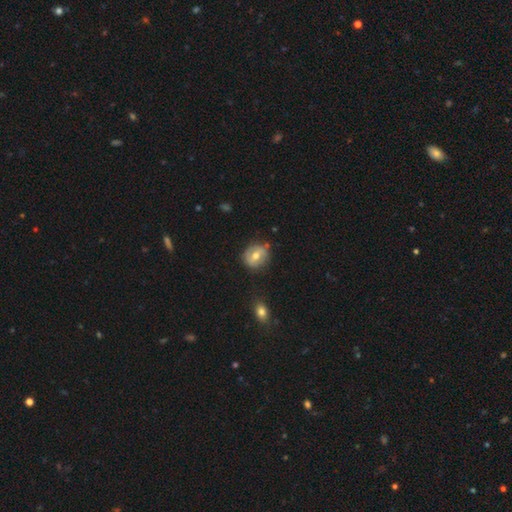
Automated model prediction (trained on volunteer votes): smooth 54%, featured or disk 39%, star or artifact 7%. Down the decision tree: how rounded — round (70%); merging — none (75%).